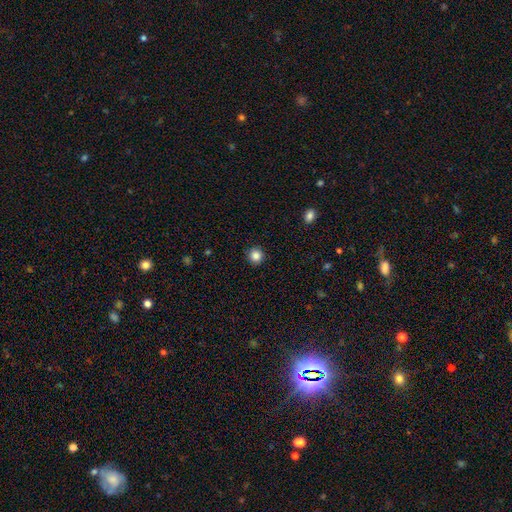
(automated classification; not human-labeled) Smooth or featured? smooth (85%)
How rounded? round (94%)
Merging? none (92%)